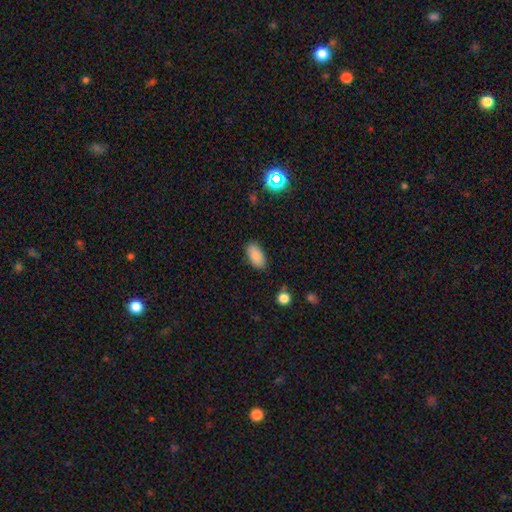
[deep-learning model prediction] Overall: smooth (87%). How rounded: in between (93%). Merging: none (87%).